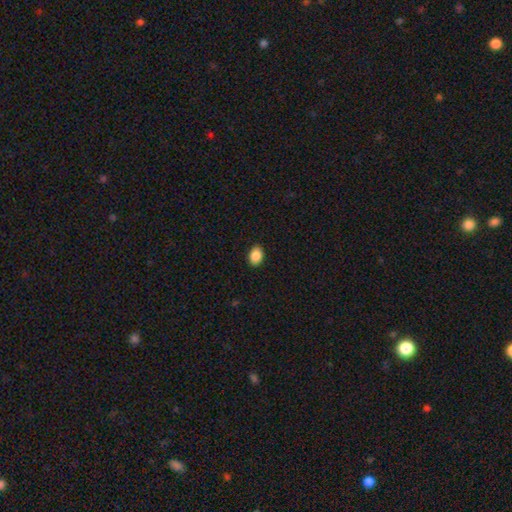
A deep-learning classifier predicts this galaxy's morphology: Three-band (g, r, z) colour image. It shows a smooth galaxy with no disk features (88%) that is in between round and cigar-shaped (75%). Merging: none (89%).